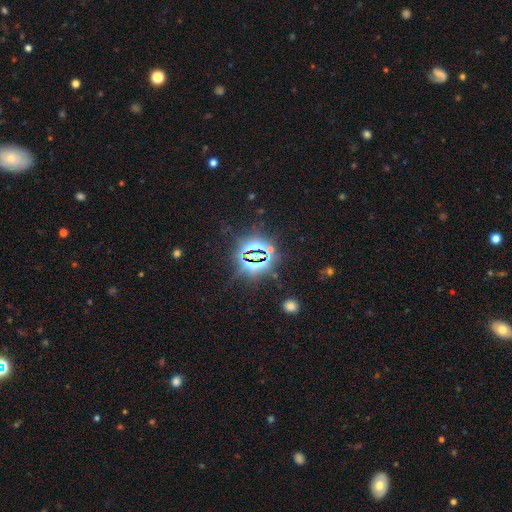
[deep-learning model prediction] This is clearly a star or artifact rather than a galaxy (83%).